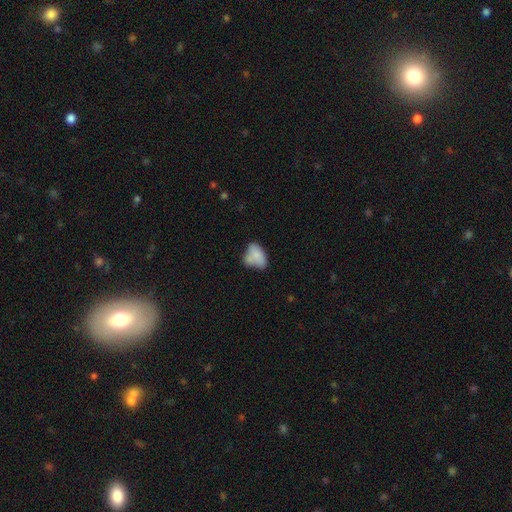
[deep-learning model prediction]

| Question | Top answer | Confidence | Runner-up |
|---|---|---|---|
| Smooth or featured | smooth | 74% | featured or disk (17%) |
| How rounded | in between | 83% | round (15%) |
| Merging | none | 34% | minor disturbance (28%) |